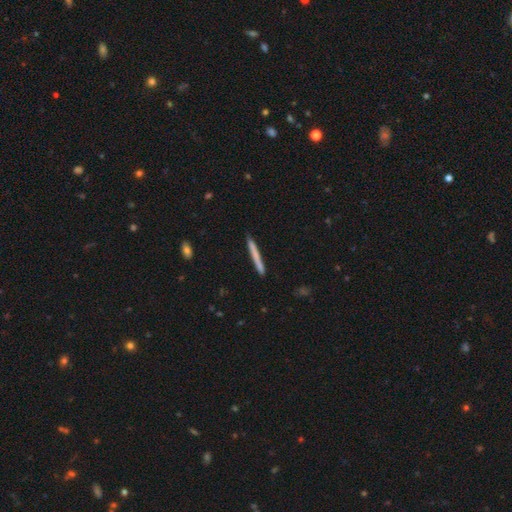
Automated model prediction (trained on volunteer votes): Smooth or featured?
  - smooth: 67% *
  - featured or disk: 27%
  - star or artifact: 6%
How rounded?
  - cigar-shaped: 97% *
  - in between: 2%
  - round: 1%
Merging?
  - none: 90% *
  - minor disturbance: 7%
  - merger: 1%
  - major disturbance: 1%